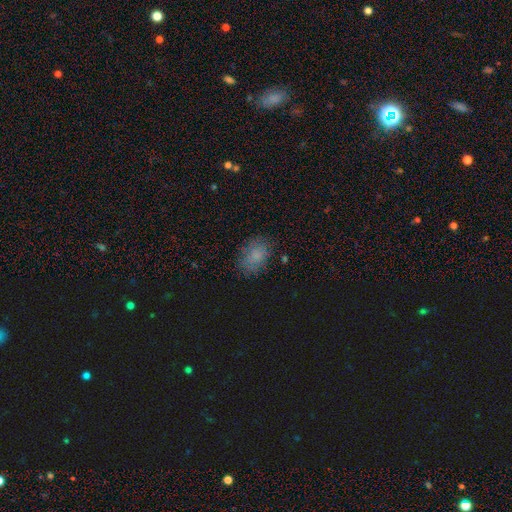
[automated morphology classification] This is likely a smooth galaxy (72%). How rounded: likely in between (73%). Merging: likely none (75%).